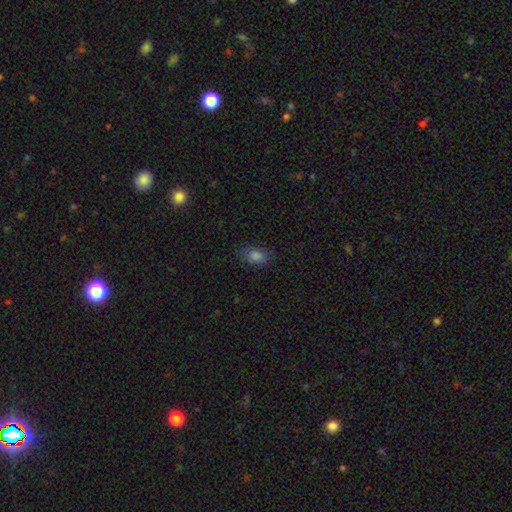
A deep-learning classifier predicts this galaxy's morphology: Smooth or featured? smooth (79%)
How rounded? in between (80%)
Merging? none (80%)